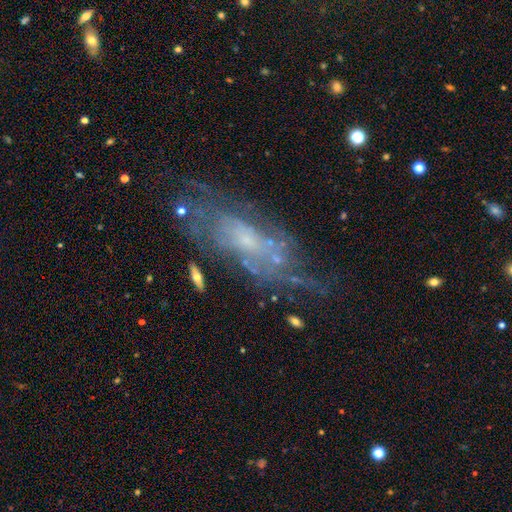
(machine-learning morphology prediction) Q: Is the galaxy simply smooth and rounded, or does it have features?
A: featured or disk — 71%.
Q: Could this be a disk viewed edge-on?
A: no — 86%.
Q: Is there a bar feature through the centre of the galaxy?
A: no — 72%.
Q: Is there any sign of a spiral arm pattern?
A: yes — 72%.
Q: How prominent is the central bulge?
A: small — 61%.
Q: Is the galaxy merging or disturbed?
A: none — 60%.